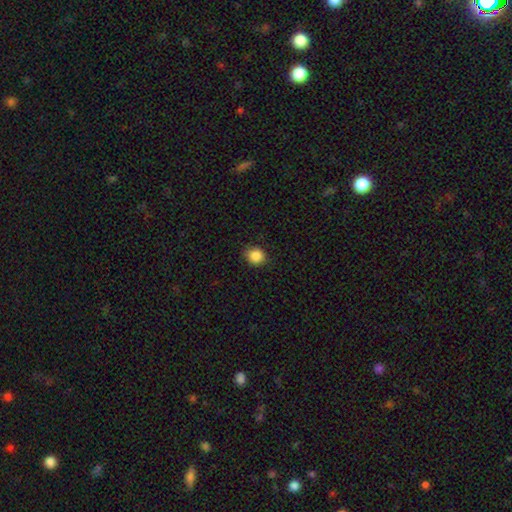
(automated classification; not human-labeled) smooth_or_featured: smooth (p=0.86) [alt: star or artifact p=0.10]
how_rounded: round (p=0.79) [alt: in between p=0.20]
merging: none (p=0.86) [alt: minor disturbance p=0.11]